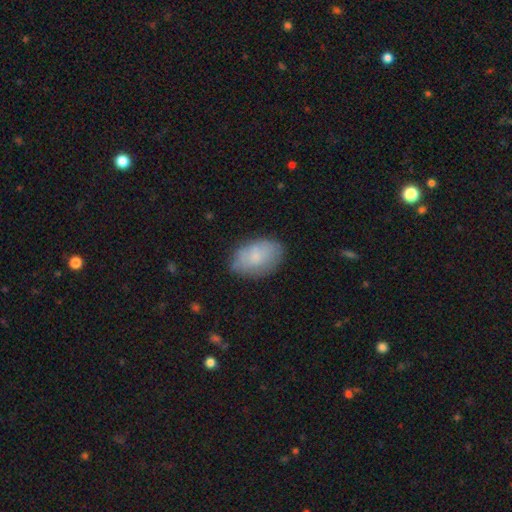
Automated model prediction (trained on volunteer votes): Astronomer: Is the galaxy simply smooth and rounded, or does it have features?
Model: smooth — 75%.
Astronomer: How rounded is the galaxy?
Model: in between — 90%.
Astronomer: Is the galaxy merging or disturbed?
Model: none — 76%.